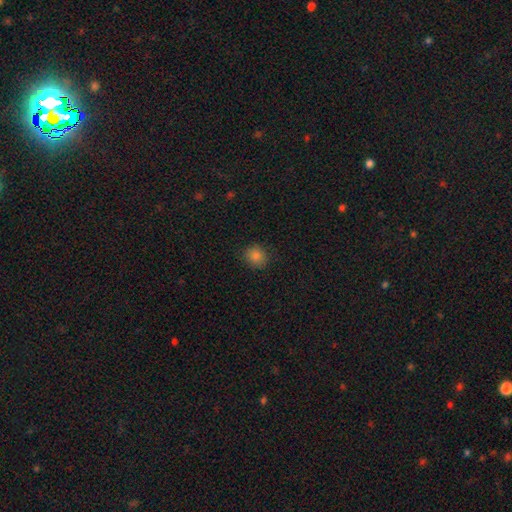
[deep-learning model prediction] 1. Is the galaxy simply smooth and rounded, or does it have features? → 82% smooth, 14% star or artifact, 4% featured or disk.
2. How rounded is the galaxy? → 80% round, 19% in between, 1% cigar-shaped.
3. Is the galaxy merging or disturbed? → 87% none, 9% minor disturbance, 2% major disturbance, 1% merger.